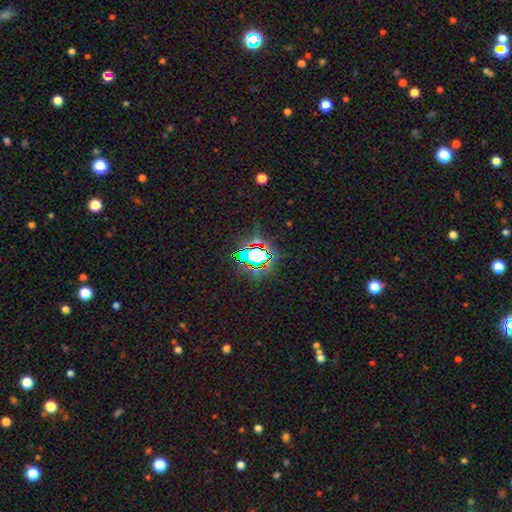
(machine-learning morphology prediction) Smooth or featured: star or artifact — 71% (smooth — 18%)